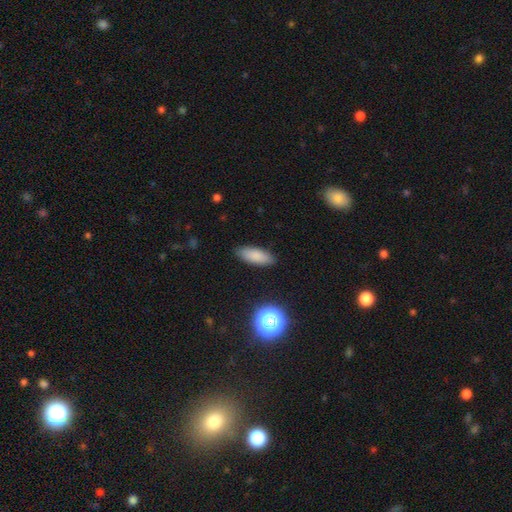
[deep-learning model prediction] Overall: smooth (84%). How rounded: in between (69%). Merging: none (87%).